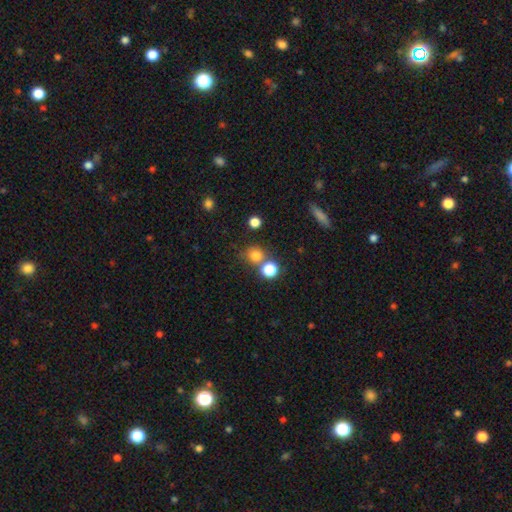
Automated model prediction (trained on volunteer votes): smooth-or-featured: smooth: 77% | star or artifact: 16% | featured or disk: 7%
  how-rounded: round: 86% | in between: 12% | cigar-shaped: 1%
  merging: none: 66% | merger: 22% | minor disturbance: 9% | major disturbance: 4%